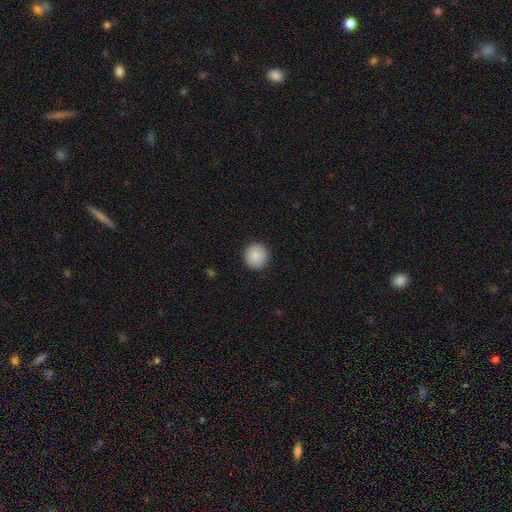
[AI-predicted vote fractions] smooth 86%, star or artifact 7%, featured or disk 6%. Down the decision tree: how rounded — round (92%); merging — none (91%).